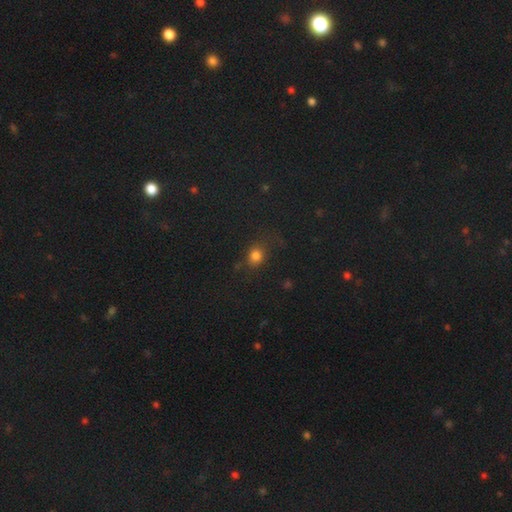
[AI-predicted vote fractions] smooth-or-featured: smooth: 76% | star or artifact: 16% | featured or disk: 7%
  how-rounded: round: 65% | in between: 34% | cigar-shaped: 2%
  merging: none: 68% | minor disturbance: 18% | major disturbance: 10% | merger: 3%